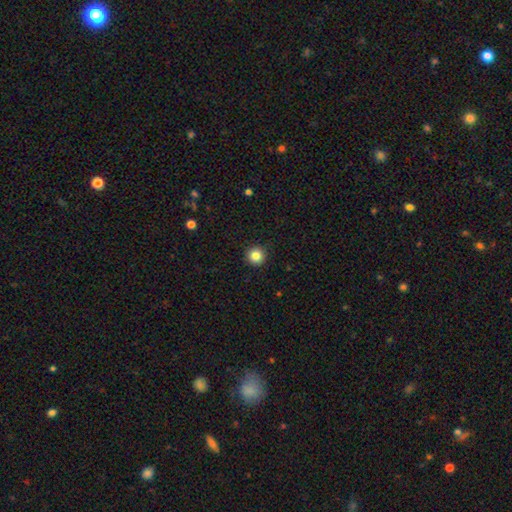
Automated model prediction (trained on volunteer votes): Smooth or featured?
  - smooth: 84% *
  - star or artifact: 11%
  - featured or disk: 6%
How rounded?
  - round: 96% *
  - in between: 3%
  - cigar-shaped: 1%
Merging?
  - none: 93% *
  - minor disturbance: 5%
  - major disturbance: 1%
  - merger: 1%